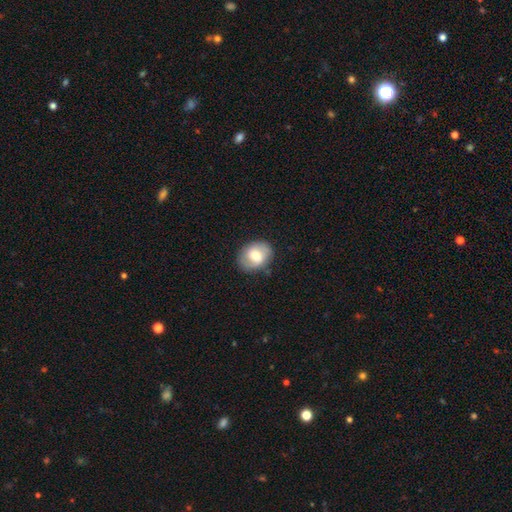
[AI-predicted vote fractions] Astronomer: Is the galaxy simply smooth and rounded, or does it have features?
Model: smooth — 63%.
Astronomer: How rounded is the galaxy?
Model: in between — 56% (runner-up: round, 44%).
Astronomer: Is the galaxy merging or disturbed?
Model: none — 80%.